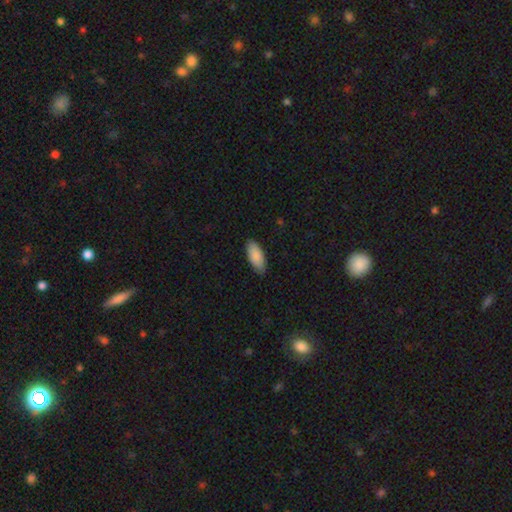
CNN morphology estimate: smooth 89%, featured or disk 6%, star or artifact 6%. Down the decision tree: how rounded — in between (87%); merging — none (83%).